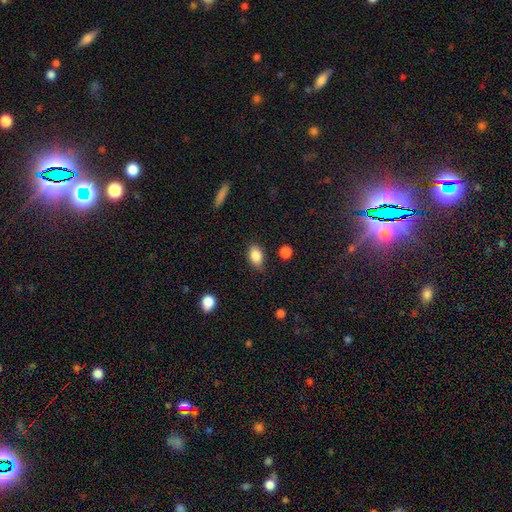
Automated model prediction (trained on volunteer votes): Morphology: type=smooth (86%); roundness=in between (83%); merging=none (74%).